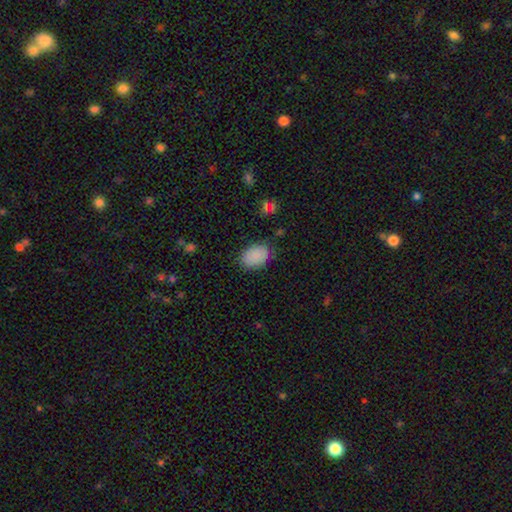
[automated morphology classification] smooth 88%, star or artifact 8%, featured or disk 4%. Down the decision tree: how rounded — in between (84%); merging — none (80%).